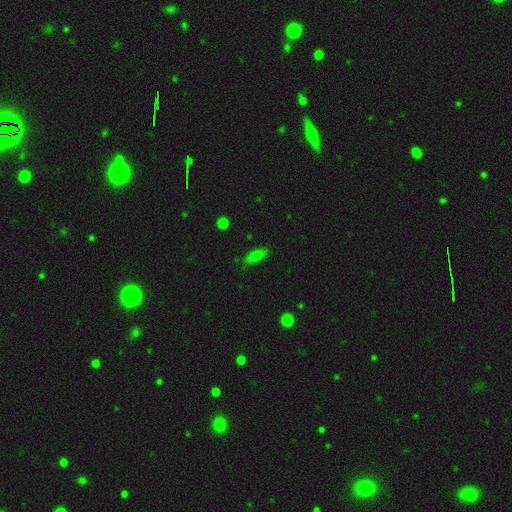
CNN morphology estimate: type=smooth (73%); roundness=in between (68%); merging=none (79%).